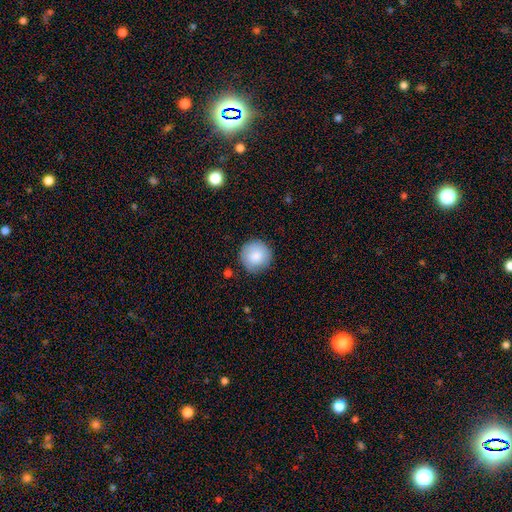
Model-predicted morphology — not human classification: Q: Smooth or featured?
A: smooth (86%); runner-up: featured or disk (8%)
Q: How rounded?
A: round (96%); runner-up: in between (3%)
Q: Merging?
A: none (86%); runner-up: minor disturbance (10%)